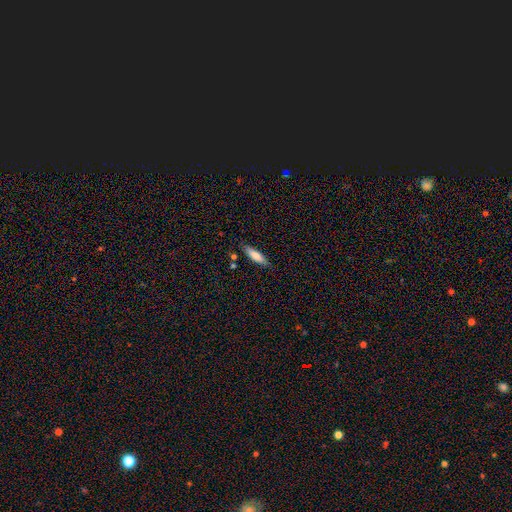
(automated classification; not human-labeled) smooth 73%, featured or disk 21%, star or artifact 6%. Down the decision tree: how rounded — cigar-shaped (69%); merging — none (81%).